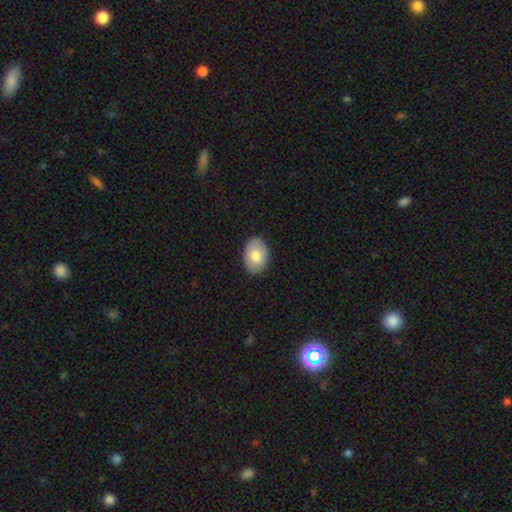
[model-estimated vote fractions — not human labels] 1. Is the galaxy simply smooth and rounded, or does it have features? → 76% smooth, 18% featured or disk, 7% star or artifact.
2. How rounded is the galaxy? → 82% in between, 17% round, 1% cigar-shaped.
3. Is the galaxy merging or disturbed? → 88% none, 9% minor disturbance, 2% major disturbance, 1% merger.